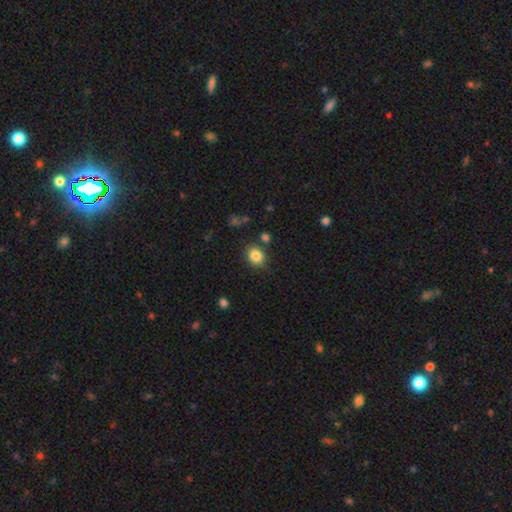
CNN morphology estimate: A smooth galaxy with no disk features (84%) that is round (58%). Merging: none (80%).